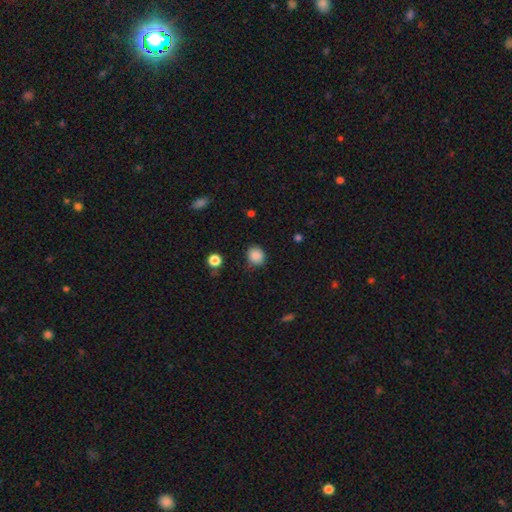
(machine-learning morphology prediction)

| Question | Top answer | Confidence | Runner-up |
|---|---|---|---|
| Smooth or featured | smooth | 86% | star or artifact (10%) |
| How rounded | round | 80% | in between (19%) |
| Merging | none | 77% | minor disturbance (17%) |